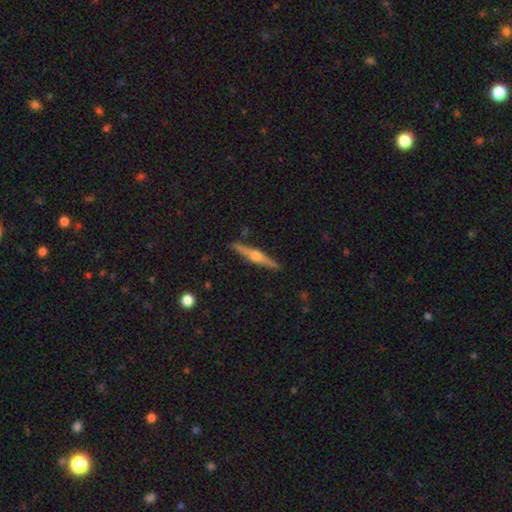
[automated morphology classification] This is clearly a featured or disk galaxy (81%). It is clearly viewed edge-on (98%). Edge-on bulge: clearly rounded (95%). Merging: clearly none (91%).